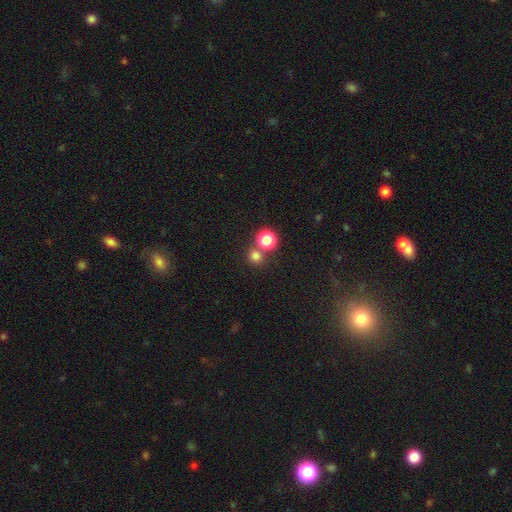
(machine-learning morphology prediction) type=smooth (75%); roundness=round (88%); merging=none (65%).